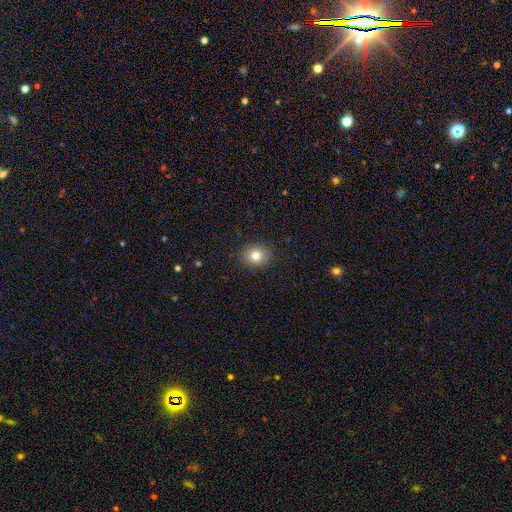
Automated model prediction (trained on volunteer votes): Overall: smooth (82%). How rounded: round (76%). Merging: none (90%).